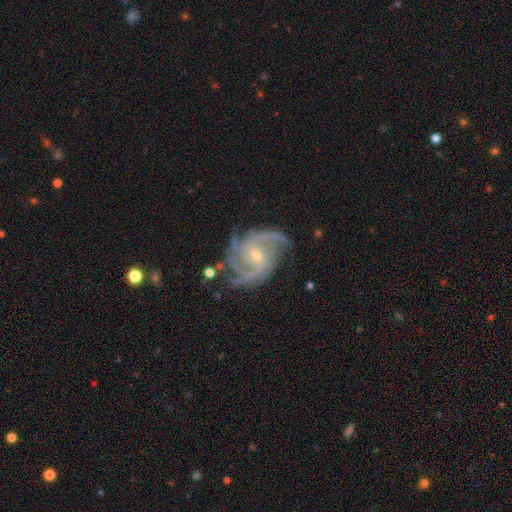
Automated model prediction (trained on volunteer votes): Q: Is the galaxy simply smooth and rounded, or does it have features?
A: featured or disk — 91%.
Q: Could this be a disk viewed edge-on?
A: no — 98%.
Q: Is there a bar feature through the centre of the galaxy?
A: no — 51%.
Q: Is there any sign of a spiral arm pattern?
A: yes — 98%.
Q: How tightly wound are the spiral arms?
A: medium — 50%.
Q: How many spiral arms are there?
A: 3 — 33%.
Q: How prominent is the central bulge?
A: small — 72%.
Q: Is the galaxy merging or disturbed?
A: none — 69%.